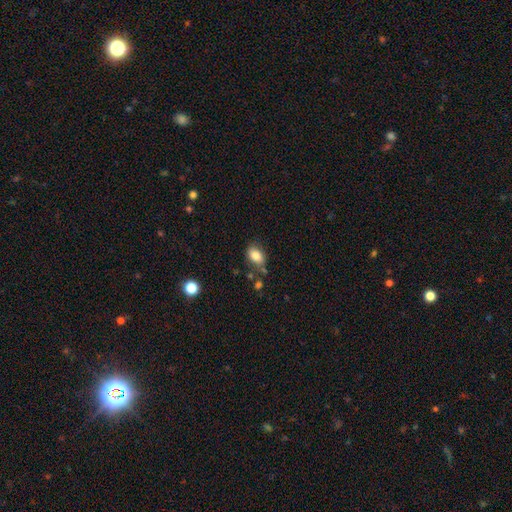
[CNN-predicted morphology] Smooth or featured?
  - smooth: 83% *
  - star or artifact: 9%
  - featured or disk: 8%
How rounded?
  - in between: 83% *
  - round: 16%
  - cigar-shaped: 2%
Merging?
  - none: 69% *
  - minor disturbance: 19%
  - merger: 7%
  - major disturbance: 5%